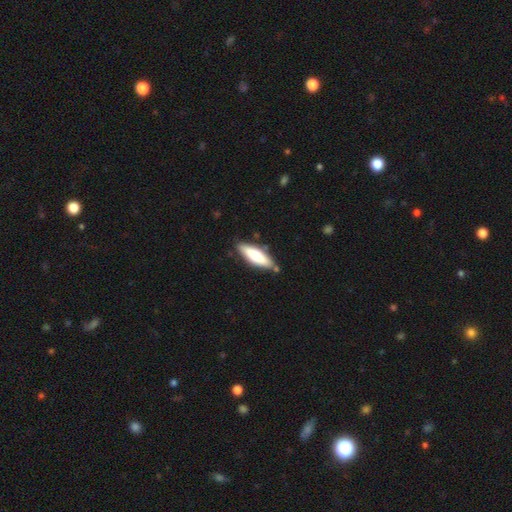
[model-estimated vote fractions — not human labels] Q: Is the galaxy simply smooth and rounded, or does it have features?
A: smooth — 71%.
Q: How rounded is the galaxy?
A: cigar-shaped — 50%.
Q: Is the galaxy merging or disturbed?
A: none — 79%.